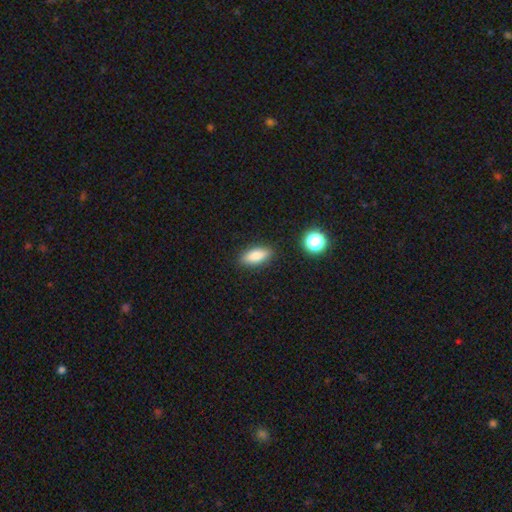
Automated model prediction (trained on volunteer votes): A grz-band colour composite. It shows a smooth galaxy with no disk features (81%) that is in between round and cigar-shaped (77%). Merging: none (87%).